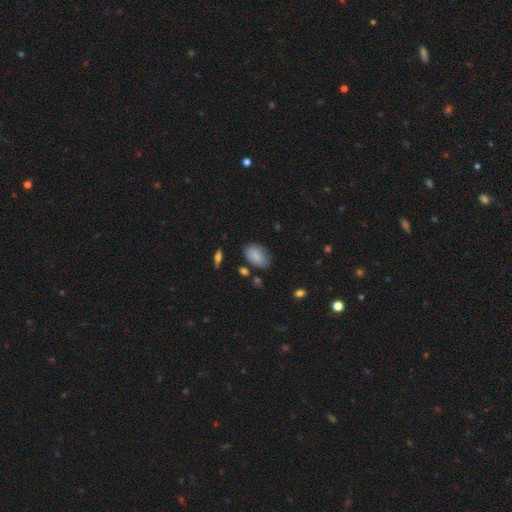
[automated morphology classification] Overall: smooth (84%). How rounded: in between (92%). Merging: none (71%).